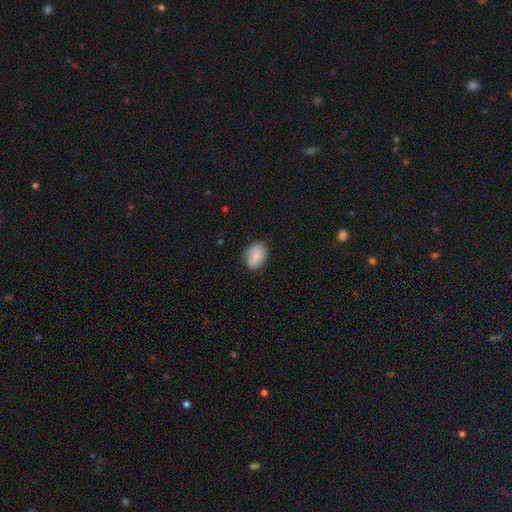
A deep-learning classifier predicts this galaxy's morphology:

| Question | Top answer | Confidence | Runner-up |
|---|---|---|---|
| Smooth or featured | smooth | 76% | featured or disk (16%) |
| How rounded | in between | 69% | round (29%) |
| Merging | none | 68% | minor disturbance (25%) |